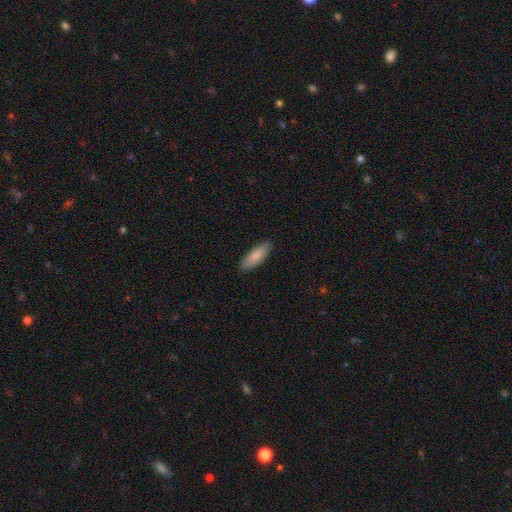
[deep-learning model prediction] Morphology: type=smooth (85%); roundness=in between (57%); merging=none (89%).